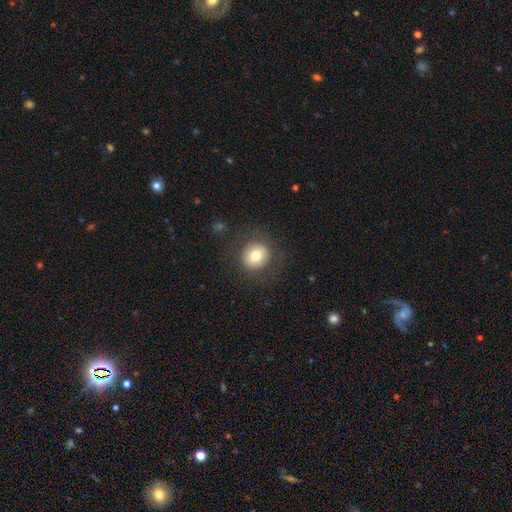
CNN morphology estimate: Smooth or featured?
  - smooth: 75% *
  - featured or disk: 15%
  - star or artifact: 10%
How rounded?
  - round: 90% *
  - in between: 9%
  - cigar-shaped: 1%
Merging?
  - none: 84% *
  - minor disturbance: 9%
  - major disturbance: 6%
  - merger: 1%